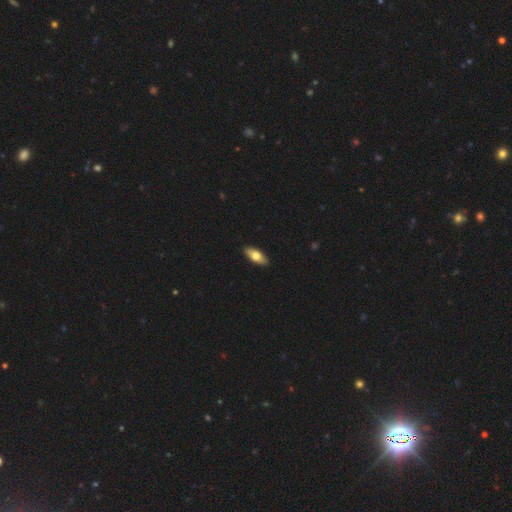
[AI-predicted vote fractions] Morphology: type=smooth (72%); roundness=in between (80%); merging=none (91%).